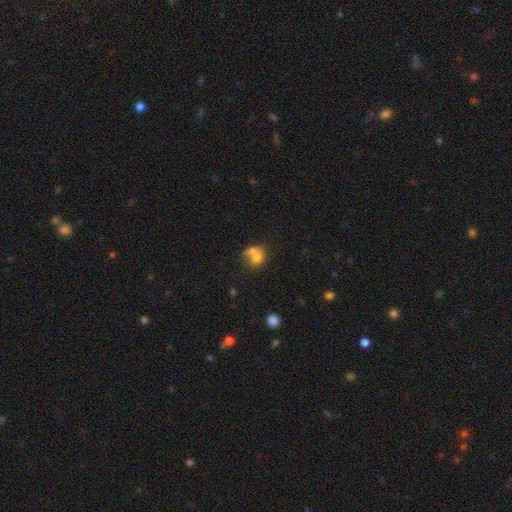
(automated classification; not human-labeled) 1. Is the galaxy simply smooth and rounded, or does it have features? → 70% smooth, 19% featured or disk, 10% star or artifact.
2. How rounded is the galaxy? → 58% round, 41% in between, 1% cigar-shaped.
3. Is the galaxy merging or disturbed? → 58% merger, 26% none, 9% minor disturbance, 7% major disturbance.